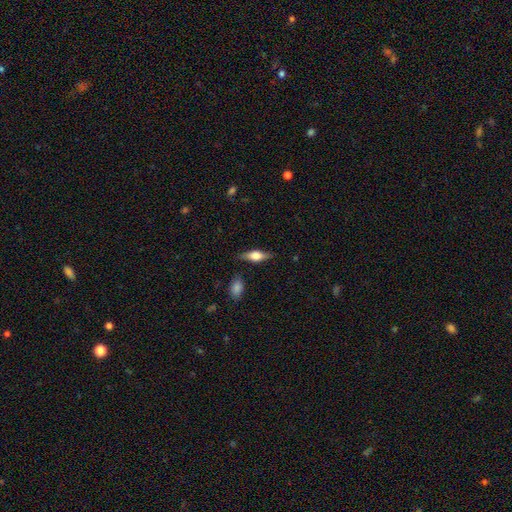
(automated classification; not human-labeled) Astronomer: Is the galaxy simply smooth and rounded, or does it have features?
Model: smooth — 47% (runner-up: featured or disk, 46%).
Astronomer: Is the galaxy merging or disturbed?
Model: none — 81%.